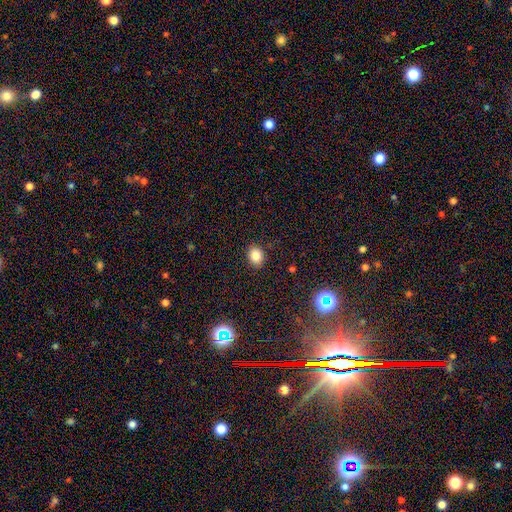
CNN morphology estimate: Smooth or featured: smooth — 83% (star or artifact — 12%)
How rounded: round — 50% (in between — 49%)
Merging: none — 89% (minor disturbance — 8%)